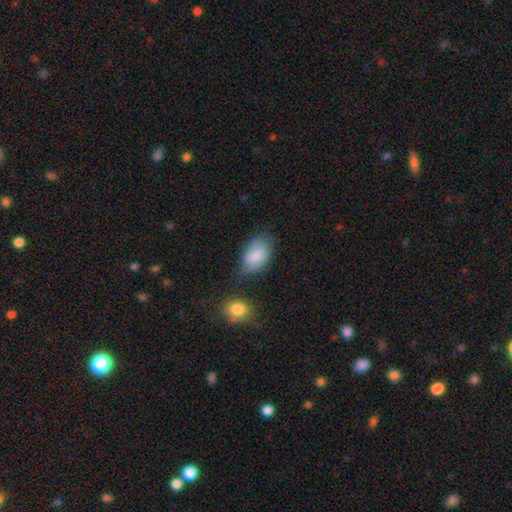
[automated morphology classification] smooth 78%, featured or disk 14%, star or artifact 7%. Down the decision tree: how rounded — in between (91%); merging — none (44%).